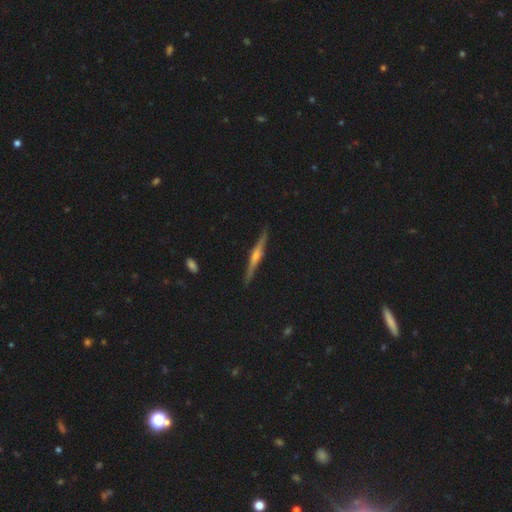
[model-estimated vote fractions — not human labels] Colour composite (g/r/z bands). It shows a featured or disk galaxy (79%) viewed edge-on (98%) with a rounded central bulge (78%). Merging: none (91%).